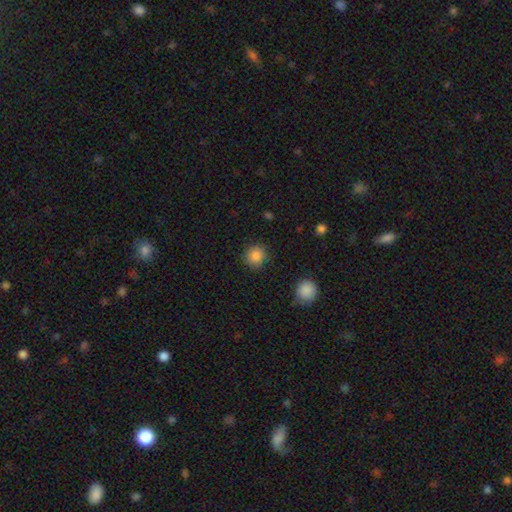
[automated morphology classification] The model was most divided on "smooth or featured": smooth: 85%, star or artifact: 10%, featured or disk: 5%. More confident: how rounded — round (90%); merging — none (87%).